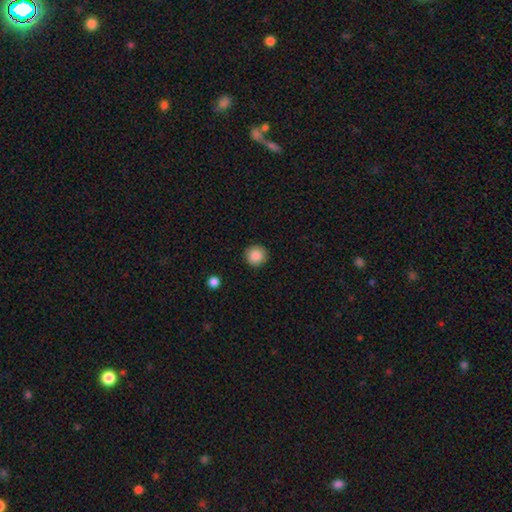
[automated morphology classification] Q: Smooth or featured?
A: smooth (88%); runner-up: star or artifact (9%)
Q: How rounded?
A: round (94%); runner-up: in between (5%)
Q: Merging?
A: none (92%); runner-up: minor disturbance (5%)